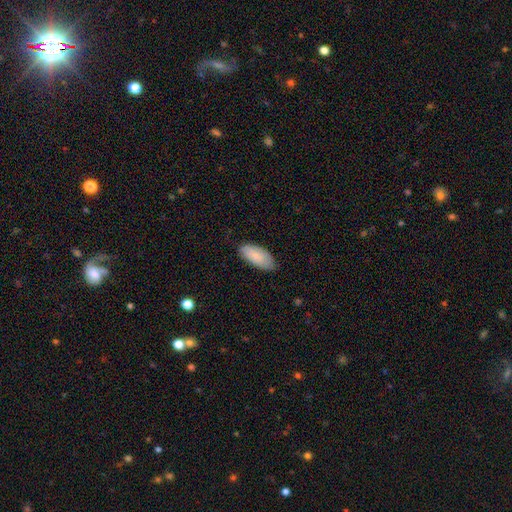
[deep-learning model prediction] Overall: smooth (81%). How rounded: in between (90%). Merging: none (75%).